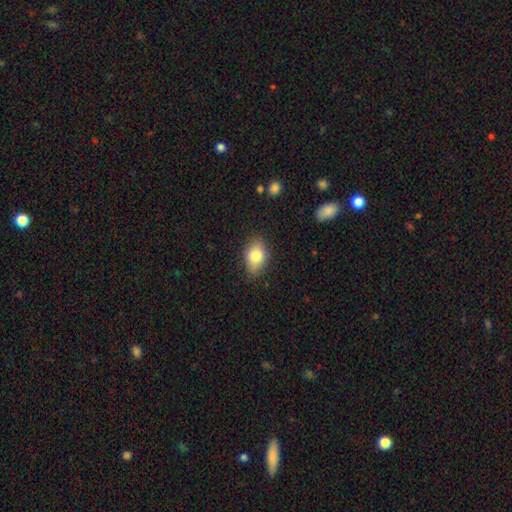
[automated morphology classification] smooth-or-featured: smooth: 80% | featured or disk: 12% | star or artifact: 8%
  how-rounded: in between: 80% | round: 18% | cigar-shaped: 2%
  merging: none: 80% | minor disturbance: 16% | major disturbance: 3% | merger: 1%